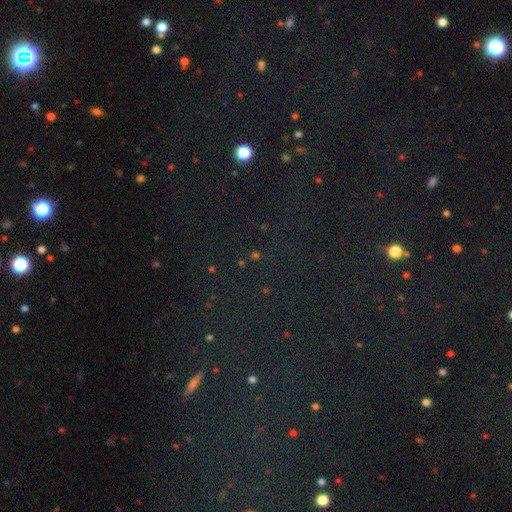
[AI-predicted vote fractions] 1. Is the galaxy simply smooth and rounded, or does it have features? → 72% star or artifact, 20% smooth, 8% featured or disk.